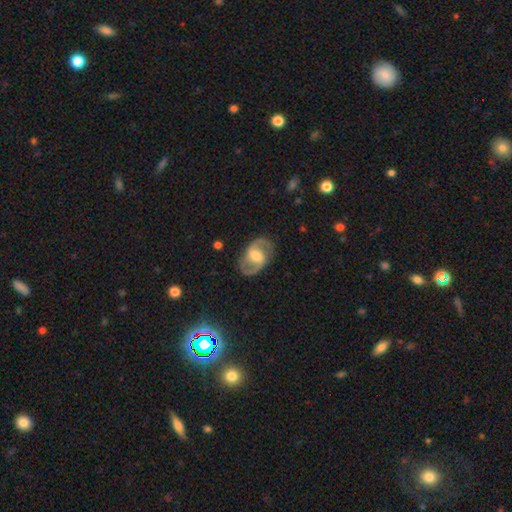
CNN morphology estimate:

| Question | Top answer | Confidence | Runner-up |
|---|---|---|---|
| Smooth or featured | featured or disk | 82% | smooth (13%) |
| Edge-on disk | no | 97% | yes (3%) |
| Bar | weak | 50% | strong (29%) |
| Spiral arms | yes | 91% | no (9%) |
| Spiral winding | medium | 54% | loose (30%) |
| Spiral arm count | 2 | 91% | can't tell (4%) |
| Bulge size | moderate | 51% | small (23%) |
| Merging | none | 81% | minor disturbance (13%) |